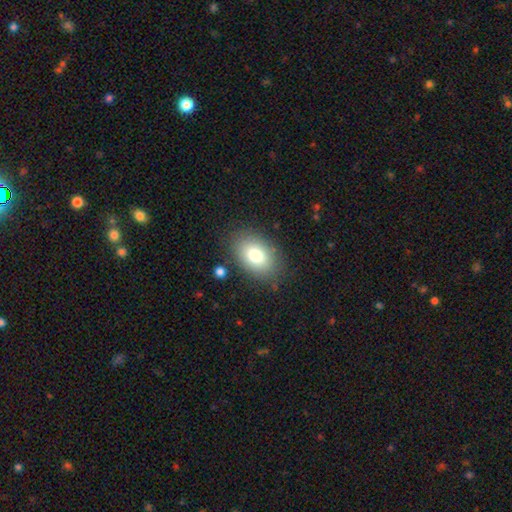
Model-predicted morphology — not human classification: A smooth galaxy with no disk features (79%) that is in between round and cigar-shaped (86%).

Vote fractions:
- Smooth or featured? smooth: 79% / featured or disk: 12% / star or artifact: 9%
- How rounded? in between: 86% / round: 13% / cigar-shaped: 1%
- Merging? none: 83% / minor disturbance: 11% / major disturbance: 4% / merger: 2%